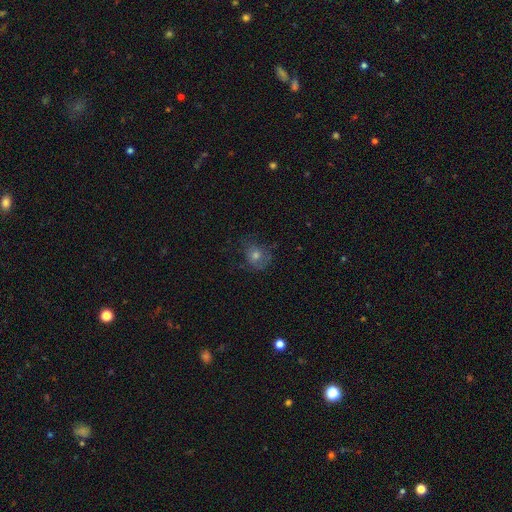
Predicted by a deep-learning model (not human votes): Overall: smooth (52%; featured or disk 31%). How rounded: round (72%). Merging: none (58%; minor disturbance 22%).